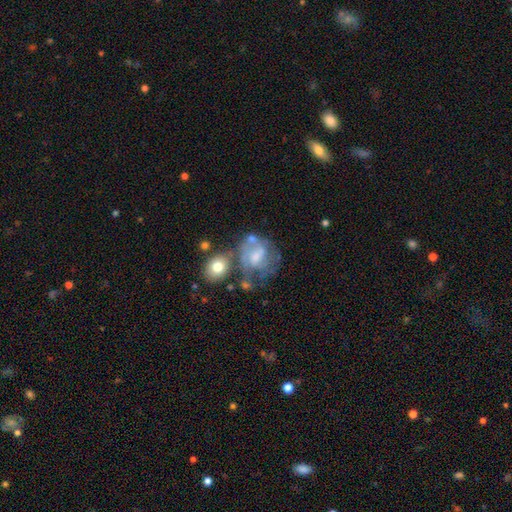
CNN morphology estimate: type=featured or disk (63%); edge-on=no (97%); bar=no (47%); spiral arms=yes (68%); bulge=small (40%); merging=none (37%).